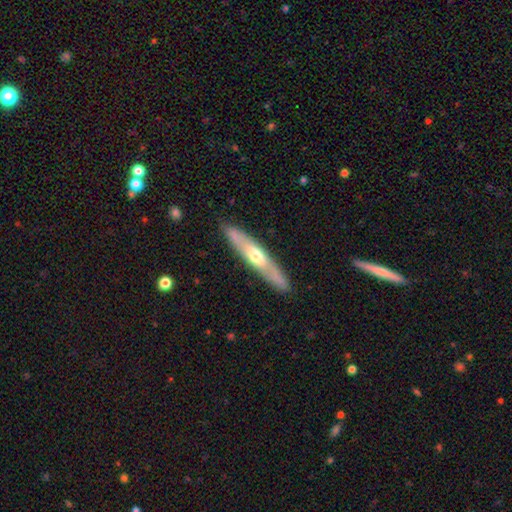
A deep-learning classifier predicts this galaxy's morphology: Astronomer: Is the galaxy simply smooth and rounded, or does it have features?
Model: featured or disk — 53% (runner-up: smooth, 42%).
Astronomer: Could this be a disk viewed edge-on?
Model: yes — 73%.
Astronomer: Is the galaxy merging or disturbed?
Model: none — 88%.